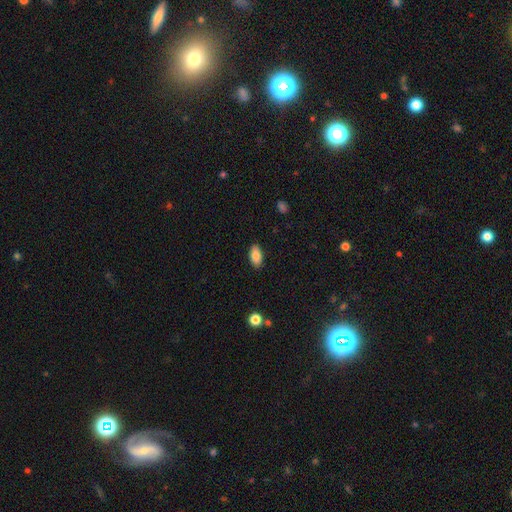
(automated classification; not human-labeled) A smooth galaxy with no disk features (84%) that is in between round and cigar-shaped (93%).

Vote fractions:
- Smooth or featured? smooth: 84% / featured or disk: 8% / star or artifact: 7%
- How rounded? in between: 93% / cigar-shaped: 4% / round: 3%
- Merging? none: 88% / minor disturbance: 9% / major disturbance: 2% / merger: 1%